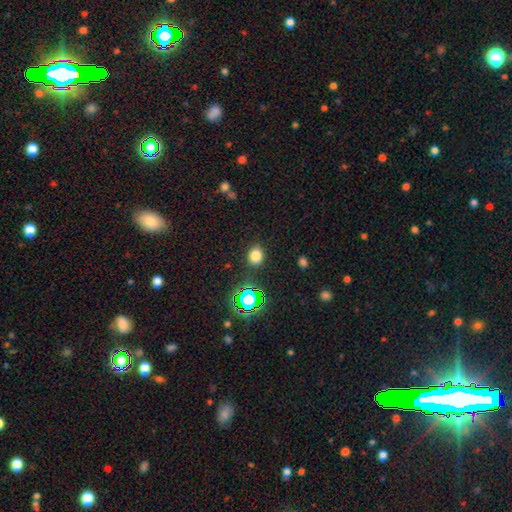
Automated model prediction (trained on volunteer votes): Smooth or featured? smooth (75%)
How rounded? round (52%)
Merging? none (86%)